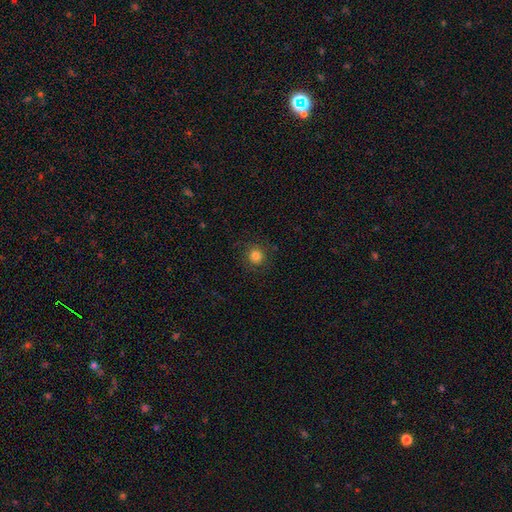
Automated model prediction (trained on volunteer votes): Smooth or featured? smooth (81%)
How rounded? round (93%)
Merging? none (87%)